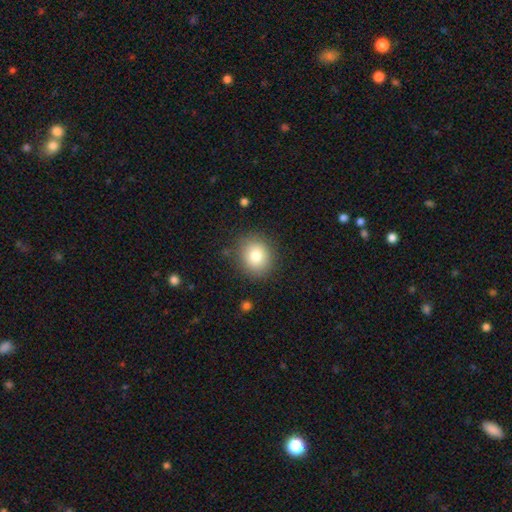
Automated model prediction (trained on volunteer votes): Smooth or featured: smooth — 79% (featured or disk — 10%)
How rounded: round — 79% (in between — 21%)
Merging: none — 85% (minor disturbance — 10%)